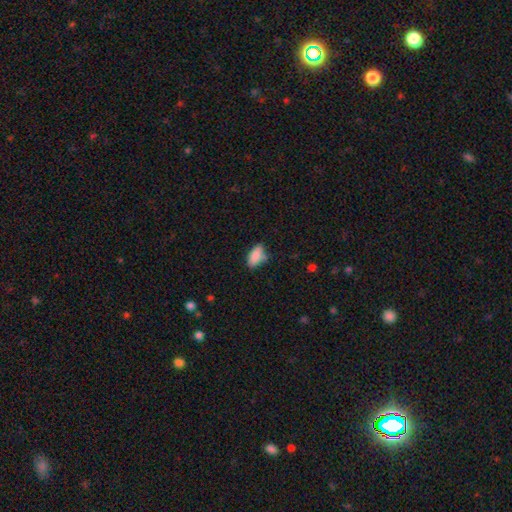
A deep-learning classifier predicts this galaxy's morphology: A smooth galaxy with no disk features (86%) that is in between round and cigar-shaped (89%). Merging: none (64%).